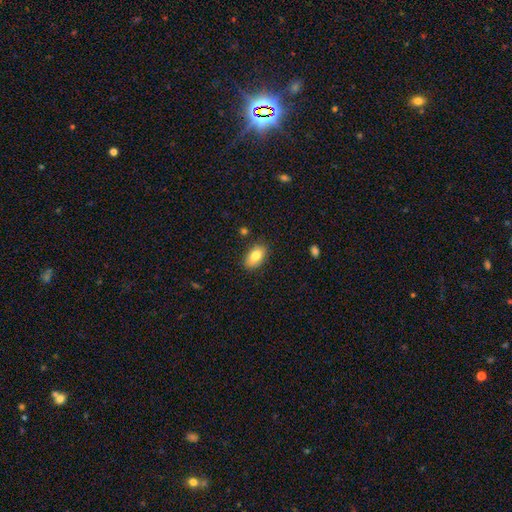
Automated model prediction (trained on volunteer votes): A smooth galaxy with no disk features (81%) that is in between round and cigar-shaped (90%).

Vote fractions:
- Smooth or featured? smooth: 81% / featured or disk: 11% / star or artifact: 8%
- How rounded? in between: 90% / round: 7% / cigar-shaped: 2%
- Merging? none: 85% / minor disturbance: 11% / major disturbance: 2% / merger: 2%